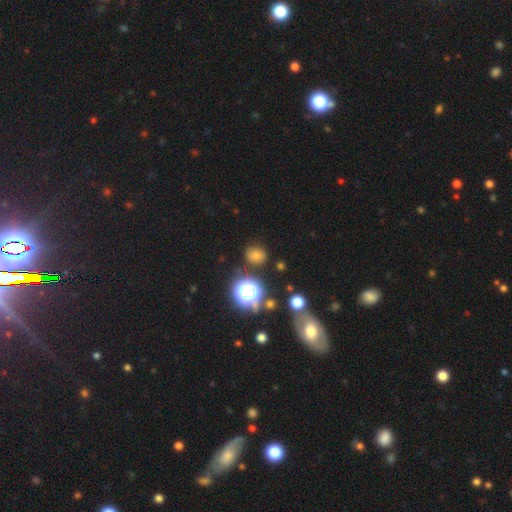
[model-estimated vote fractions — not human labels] A smooth galaxy with no disk features (66%) that is round (70%).

Vote fractions:
- Smooth or featured? smooth: 66% / star or artifact: 24% / featured or disk: 10%
- How rounded? round: 70% / in between: 29% / cigar-shaped: 1%
- Merging? none: 80% / minor disturbance: 13% / major disturbance: 4% / merger: 3%